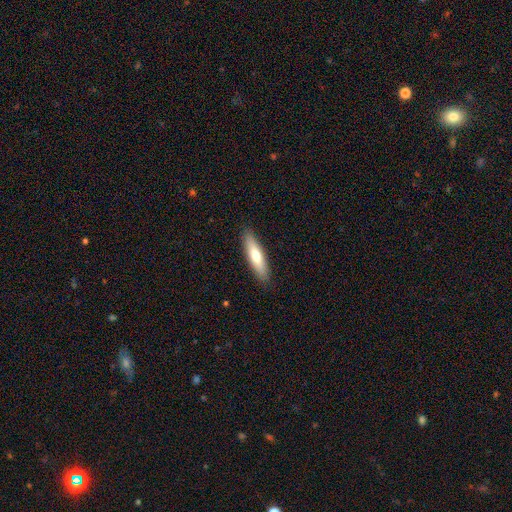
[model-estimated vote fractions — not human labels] A smooth galaxy with no disk features (68%) that is cigar-shaped (73%). Merging: none (90%).